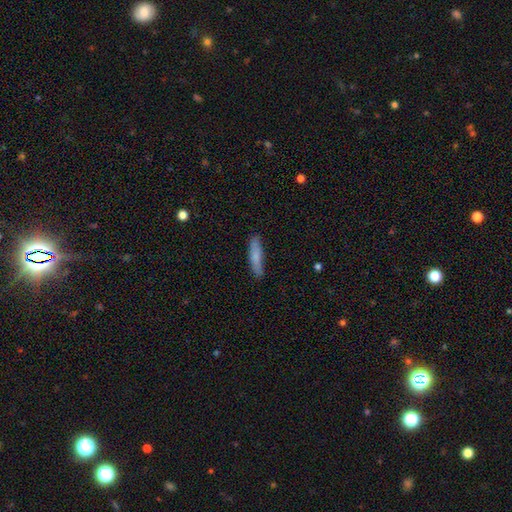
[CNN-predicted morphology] This appears to be a smooth galaxy with no disk features (77%) that is cigar-shaped (86%). Merging: none (82%).